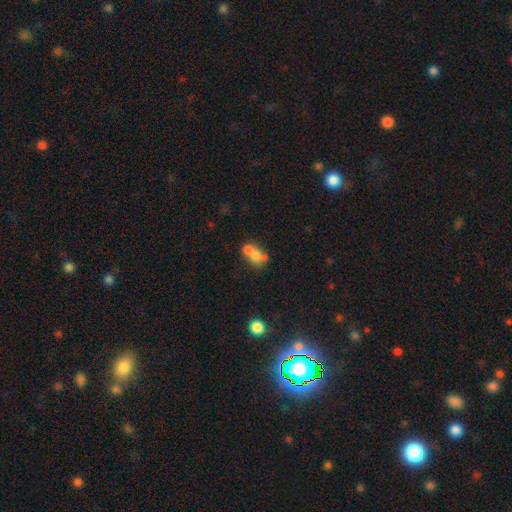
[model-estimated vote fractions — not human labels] smooth_or_featured: smooth (p=0.63) [alt: featured or disk p=0.25]
how_rounded: in between (p=0.51) [alt: round p=0.47]
merging: merger (p=0.63) [alt: none p=0.24]